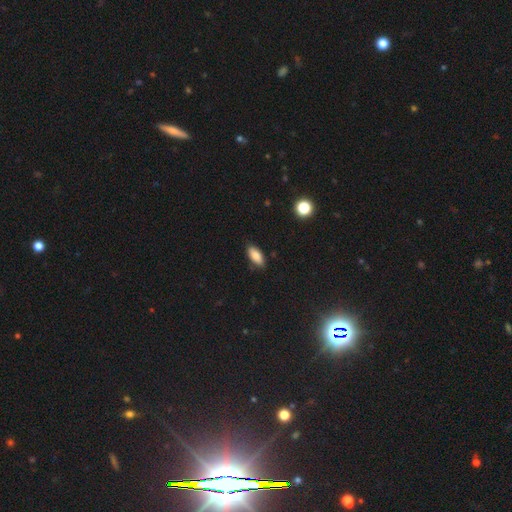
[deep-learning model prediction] This appears to be a smooth galaxy with no disk features (85%) that is in between round and cigar-shaped (86%). Merging: none (85%).